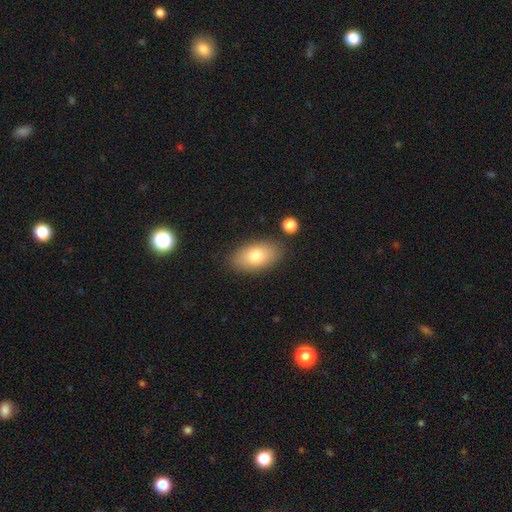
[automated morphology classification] smooth_or_featured: smooth (p=0.78) [alt: featured or disk p=0.15]
how_rounded: in between (p=0.92) [alt: round p=0.05]
merging: none (p=0.83) [alt: minor disturbance p=0.11]